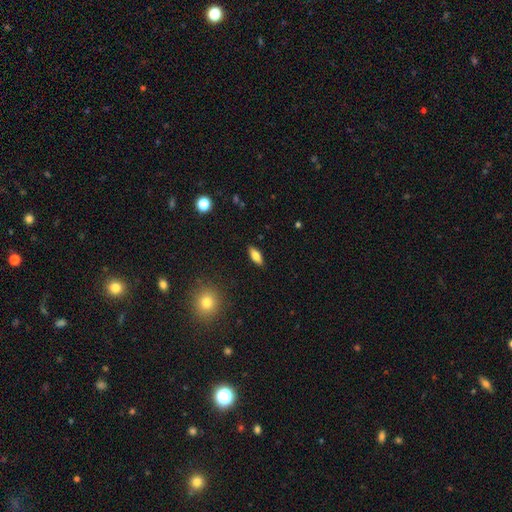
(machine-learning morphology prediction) Q: Smooth or featured?
A: smooth (71%); runner-up: featured or disk (21%)
Q: How rounded?
A: in between (72%); runner-up: cigar-shaped (25%)
Q: Merging?
A: none (88%); runner-up: minor disturbance (8%)